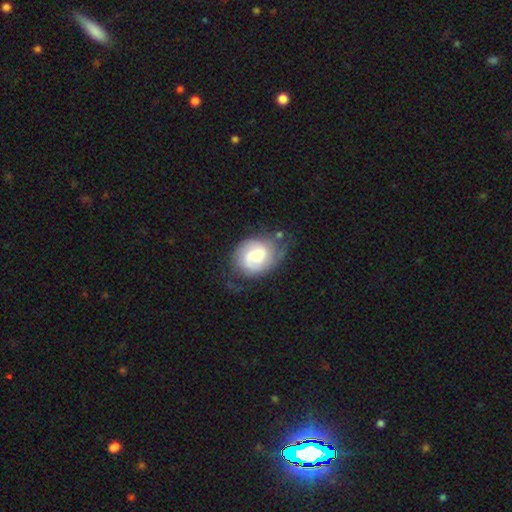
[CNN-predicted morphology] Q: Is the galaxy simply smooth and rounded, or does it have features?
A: featured or disk — 66%.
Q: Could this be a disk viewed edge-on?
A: no — 98%.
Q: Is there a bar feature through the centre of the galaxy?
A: no — 49%.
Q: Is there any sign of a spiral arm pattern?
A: yes — 91%.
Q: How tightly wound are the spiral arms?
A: tight — 43%.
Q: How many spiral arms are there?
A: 2 — 62%.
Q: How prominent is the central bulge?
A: moderate — 38%.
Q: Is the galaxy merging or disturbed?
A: none — 52%.